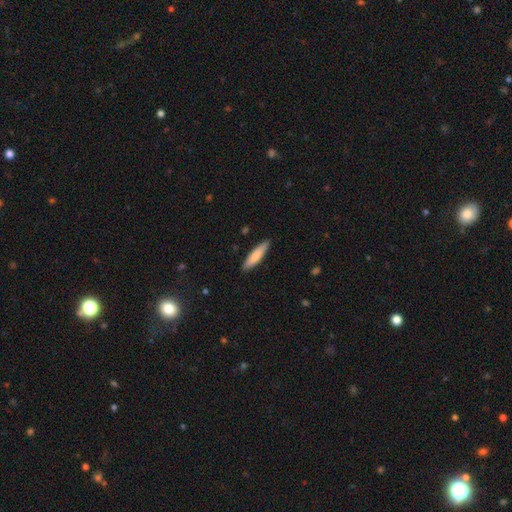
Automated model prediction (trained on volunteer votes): smooth 79%, featured or disk 15%, star or artifact 5%. Down the decision tree: how rounded — cigar-shaped (79%); merging — none (88%).